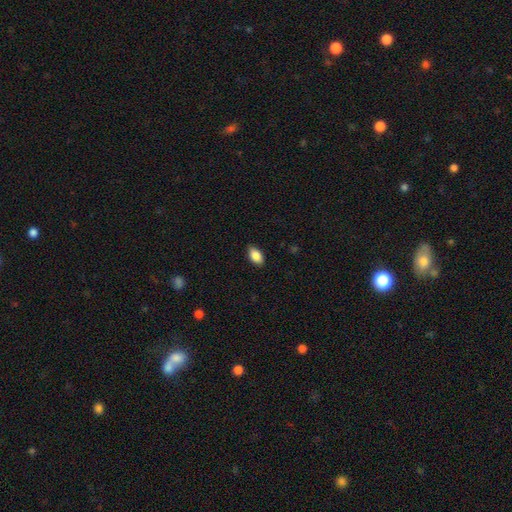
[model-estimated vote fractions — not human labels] Overall: smooth (88%). How rounded: in between (92%). Merging: none (87%).